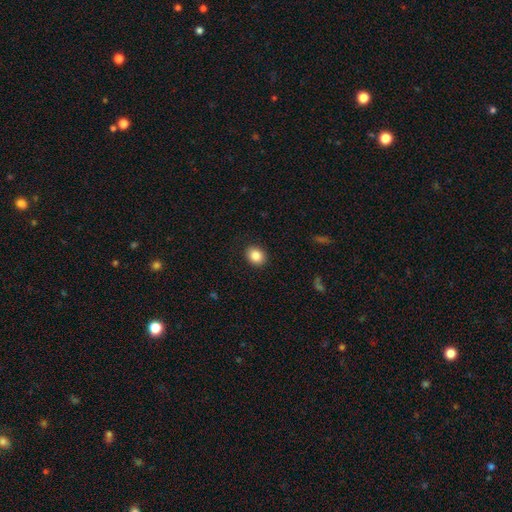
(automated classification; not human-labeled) The model was most divided on "how rounded": round: 53%, in between: 46%, cigar-shaped: 1%. More confident: merging — none (90%); smooth or featured — smooth (86%).